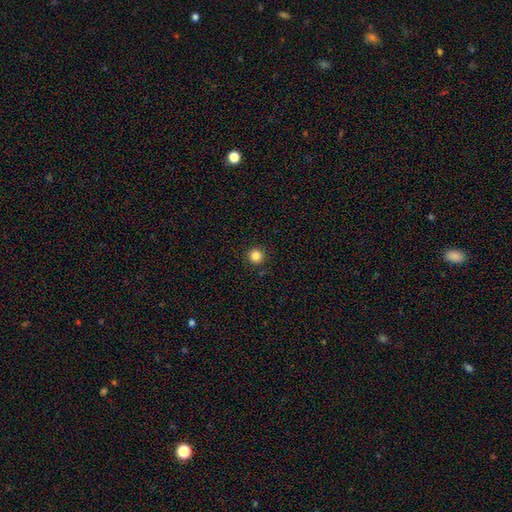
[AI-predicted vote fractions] smooth_or_featured: smooth (p=0.85) [alt: star or artifact p=0.12]
how_rounded: round (p=0.96) [alt: in between p=0.03]
merging: none (p=0.92) [alt: minor disturbance p=0.05]